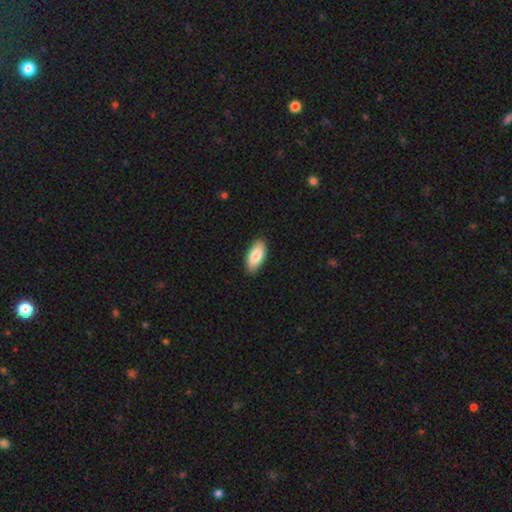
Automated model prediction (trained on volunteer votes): The model was most divided on "smooth or featured": smooth: 83%, featured or disk: 11%, star or artifact: 6%. More confident: how rounded — in between (91%); merging — none (88%).